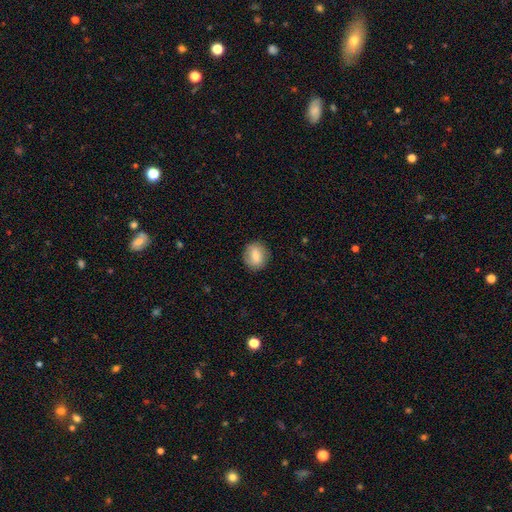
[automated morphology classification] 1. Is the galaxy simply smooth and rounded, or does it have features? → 73% smooth, 20% featured or disk, 8% star or artifact.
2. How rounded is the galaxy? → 76% round, 23% in between, 1% cigar-shaped.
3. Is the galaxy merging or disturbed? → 85% none, 11% minor disturbance, 3% major disturbance, 1% merger.